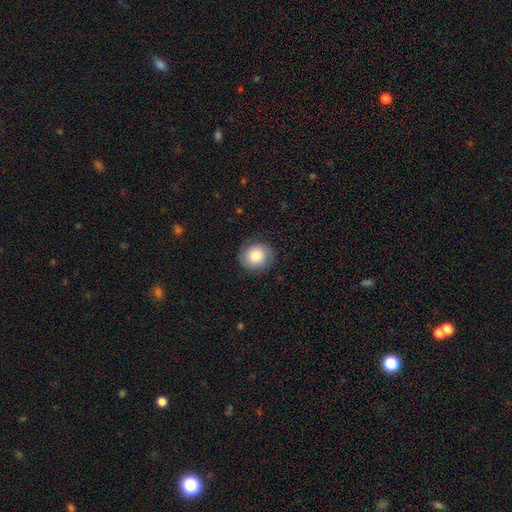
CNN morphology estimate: A smooth galaxy with no disk features (77%) that is round (86%).

Vote fractions:
- Smooth or featured? smooth: 77% / featured or disk: 15% / star or artifact: 8%
- How rounded? round: 86% / in between: 13% / cigar-shaped: 1%
- Merging? none: 84% / minor disturbance: 11% / major disturbance: 3% / merger: 1%